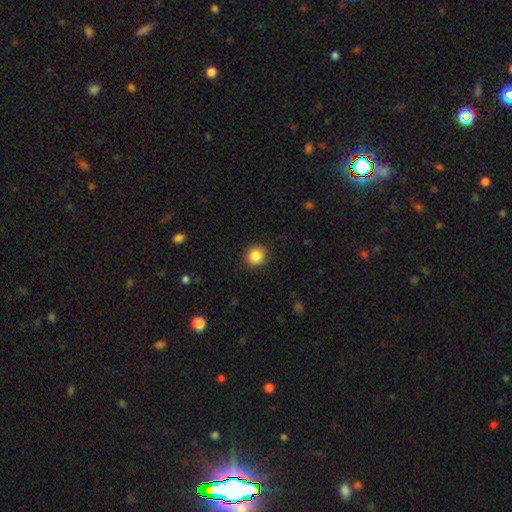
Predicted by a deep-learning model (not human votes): smooth 86%, star or artifact 10%, featured or disk 5%. Down the decision tree: how rounded — round (87%); merging — none (90%).